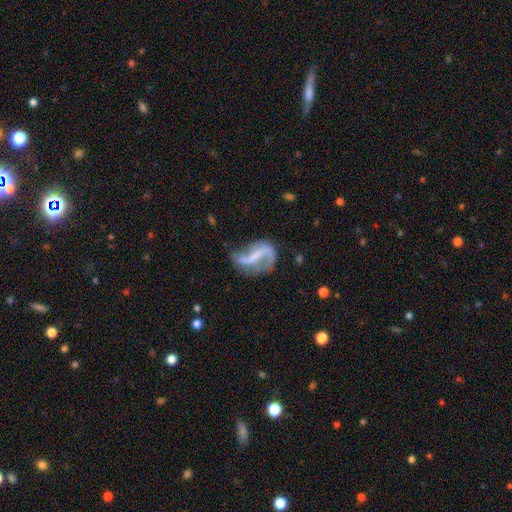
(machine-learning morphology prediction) Smooth or featured? Predicted: featured or disk (p=0.81). Edge-on disk? Predicted: no (p=0.97). Bar? Predicted: strong (p=0.50). Spiral arms? Predicted: yes (p=0.88). Spiral winding? Predicted: loose (p=0.71). Spiral arm count? Predicted: 2 (p=0.83). Bulge size? Predicted: none (p=0.52). Merging? Predicted: none (p=0.53).